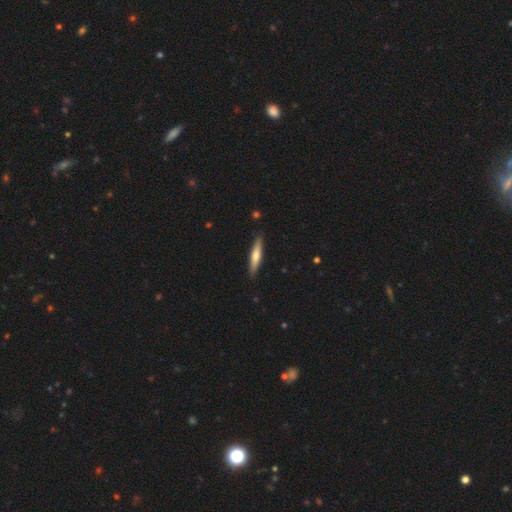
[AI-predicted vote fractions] Smooth or featured? Predicted: smooth (p=0.61). How rounded? Predicted: cigar-shaped (p=0.87). Merging? Predicted: none (p=0.89).